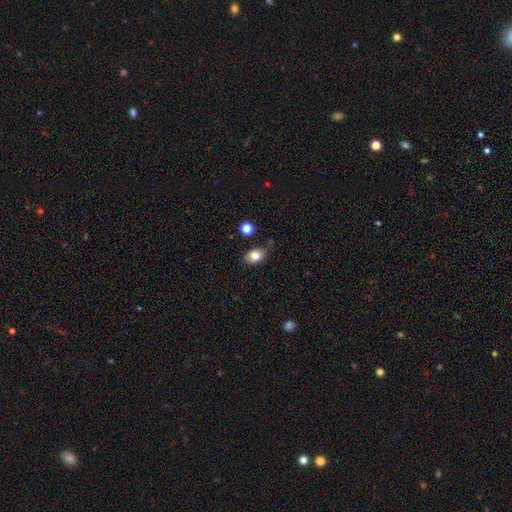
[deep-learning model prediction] Overall: smooth (82%). How rounded: in between (73%). Merging: none (63%; minor disturbance 25%).